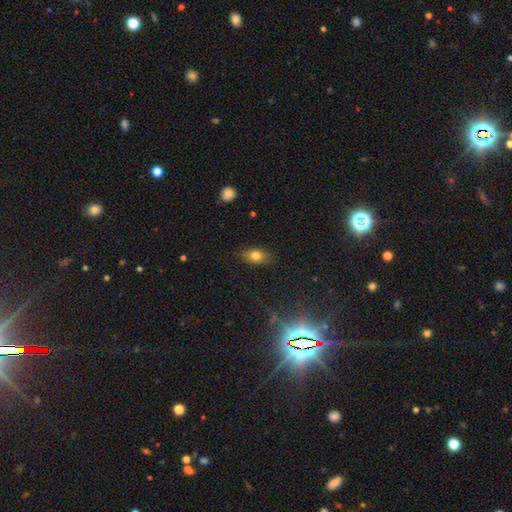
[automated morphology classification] The model was most divided on "smooth or featured": smooth: 74%, featured or disk: 14%, star or artifact: 12%. More confident: merging — none (84%); how rounded — in between (80%).